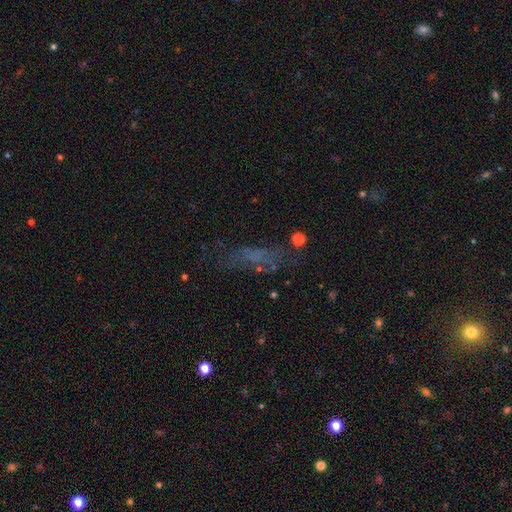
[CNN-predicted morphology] The model was most divided on "smooth or featured": smooth: 45%, featured or disk: 31%, star or artifact: 24%. More confident: merging — none (57%).